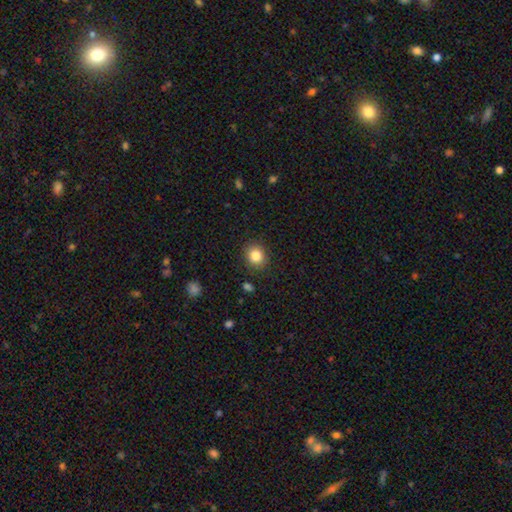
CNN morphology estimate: A smooth galaxy with no disk features (84%) that is round (75%).

Vote fractions:
- Smooth or featured? smooth: 84% / star or artifact: 10% / featured or disk: 6%
- How rounded? round: 75% / in between: 24% / cigar-shaped: 1%
- Merging? none: 88% / minor disturbance: 8% / major disturbance: 2% / merger: 1%